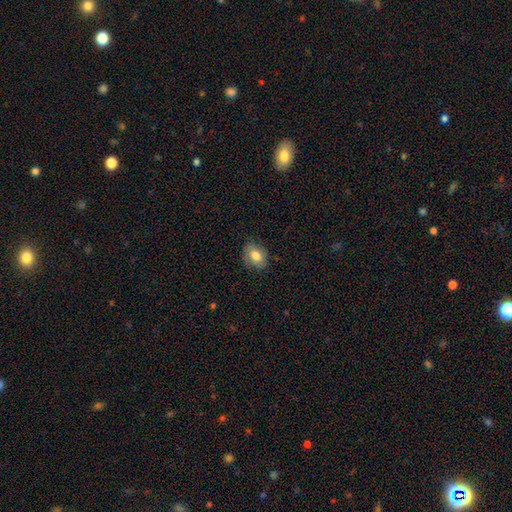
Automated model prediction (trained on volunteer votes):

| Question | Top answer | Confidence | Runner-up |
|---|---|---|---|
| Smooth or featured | smooth | 76% | featured or disk (16%) |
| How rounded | in between | 65% | round (34%) |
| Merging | none | 78% | minor disturbance (17%) |